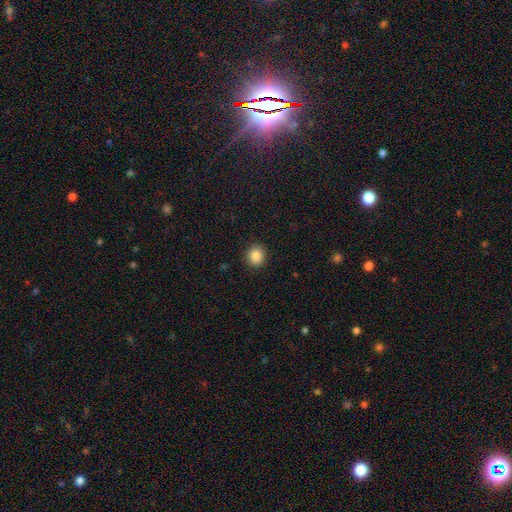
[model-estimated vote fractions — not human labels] Smooth or featured? Predicted: smooth (p=0.86). How rounded? Predicted: round (p=0.83). Merging? Predicted: none (p=0.91).